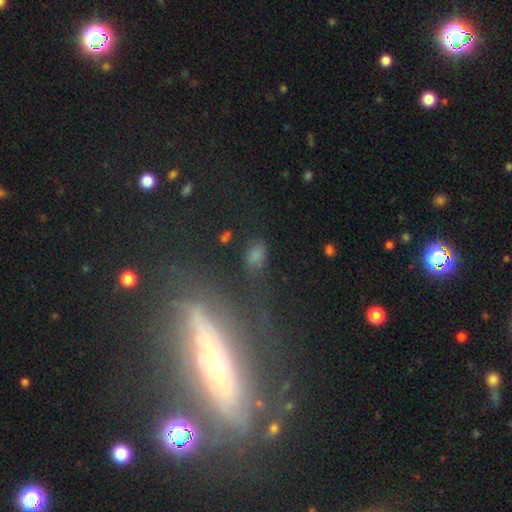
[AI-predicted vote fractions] Smooth or featured?
  - smooth: 70% *
  - star or artifact: 20%
  - featured or disk: 9%
How rounded?
  - in between: 85% *
  - round: 11%
  - cigar-shaped: 3%
Merging?
  - none: 62% *
  - minor disturbance: 21%
  - major disturbance: 10%
  - merger: 6%